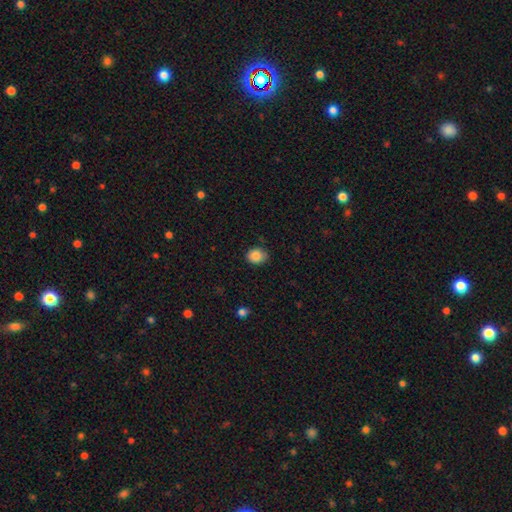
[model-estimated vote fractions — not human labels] smooth 86%, star or artifact 9%, featured or disk 5%. Down the decision tree: how rounded — round (63%); merging — none (81%).